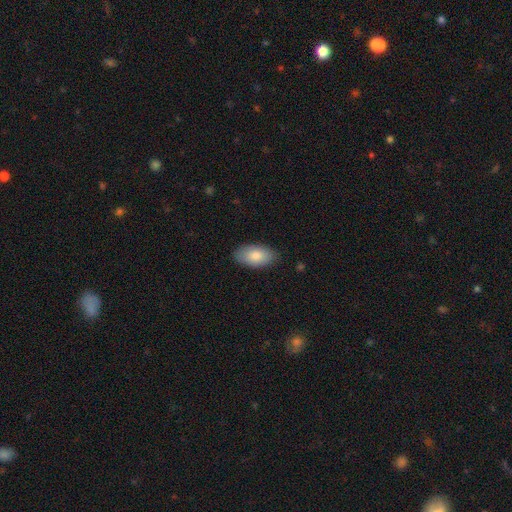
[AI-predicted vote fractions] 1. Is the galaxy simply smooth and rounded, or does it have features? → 84% smooth, 11% featured or disk, 6% star or artifact.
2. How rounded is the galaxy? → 94% in between, 3% round, 2% cigar-shaped.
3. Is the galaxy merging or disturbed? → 85% none, 11% minor disturbance, 2% major disturbance, 1% merger.